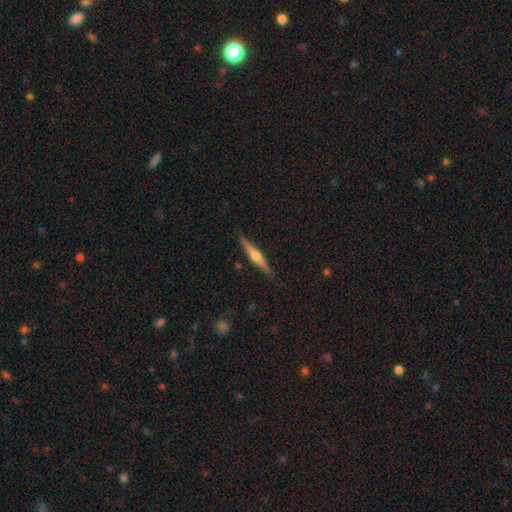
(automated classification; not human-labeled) smooth-or-featured: featured or disk: 74% | smooth: 21% | star or artifact: 6%
  disk-edge-on: yes: 98% | no: 2%
    edge-on-bulge: rounded: 92% | boxy: 5% | none: 3%
  merging: none: 90% | minor disturbance: 8% | major disturbance: 2% | merger: 1%